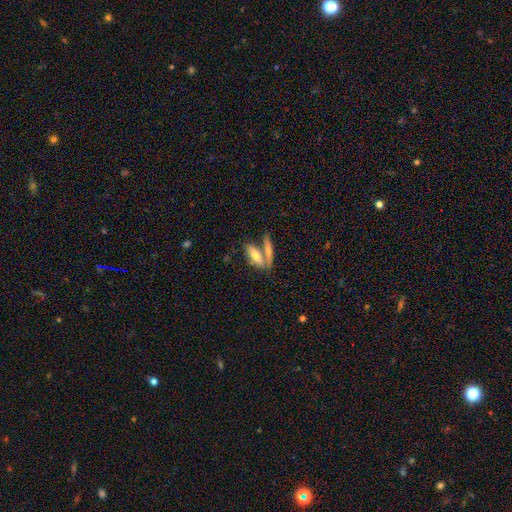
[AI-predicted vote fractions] This is possibly a smooth galaxy (59%). How rounded: possibly in between (53%). Merging: possibly none (46%).